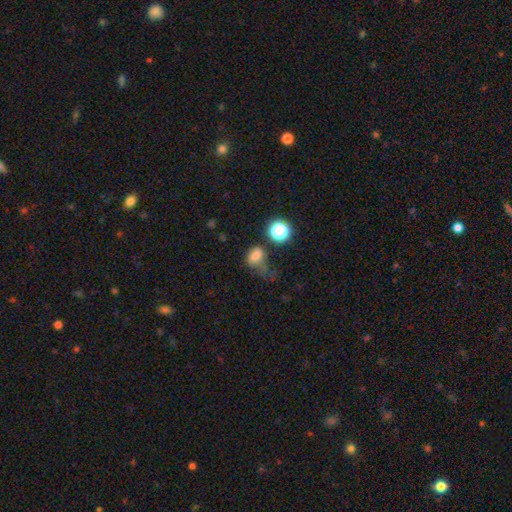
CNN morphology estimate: Smooth or featured? Predicted: smooth (p=0.71). How rounded? Predicted: in between (p=0.62). Merging? Predicted: major disturbance (p=0.36).